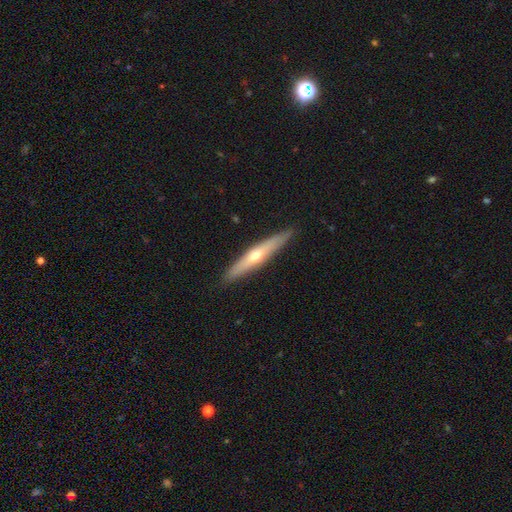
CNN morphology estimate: The model was most divided on "smooth or featured": featured or disk: 54%, smooth: 40%, star or artifact: 6%. More confident: edge-on disk — yes (90%); merging — none (89%).